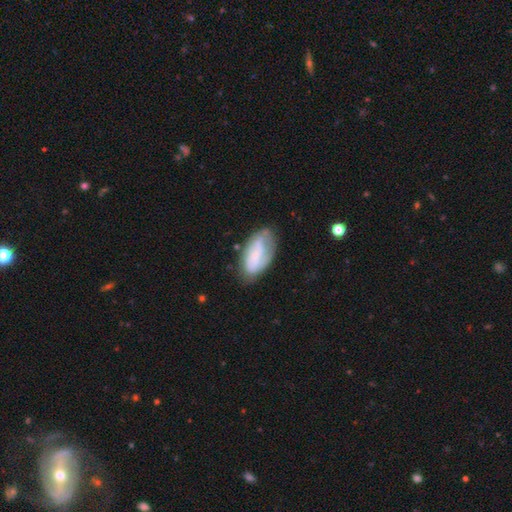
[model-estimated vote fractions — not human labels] Smooth or featured?
  - smooth: 48% *
  - featured or disk: 44%
  - star or artifact: 8%
Merging?
  - none: 58% *
  - minor disturbance: 28%
  - major disturbance: 11%
  - merger: 3%